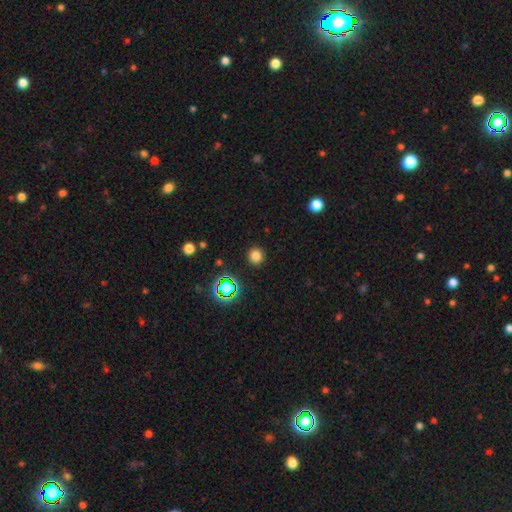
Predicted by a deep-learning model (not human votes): Smooth or featured: smooth — 77% (star or artifact — 18%)
How rounded: round — 92% (in between — 7%)
Merging: none — 90% (minor disturbance — 6%)